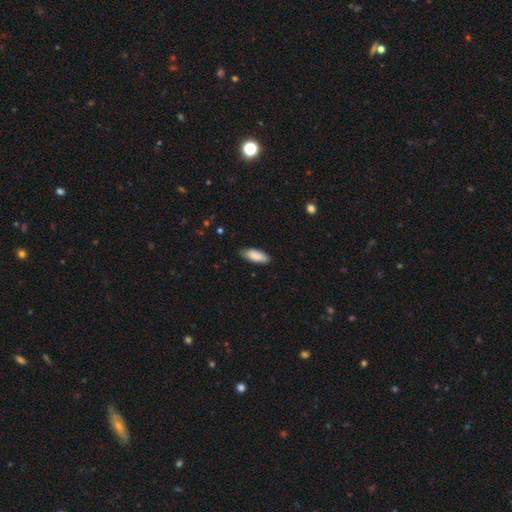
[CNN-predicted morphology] The model was most divided on "how rounded": in between: 74%, cigar-shaped: 24%, round: 2%. More confident: smooth or featured — smooth (88%); merging — none (82%).